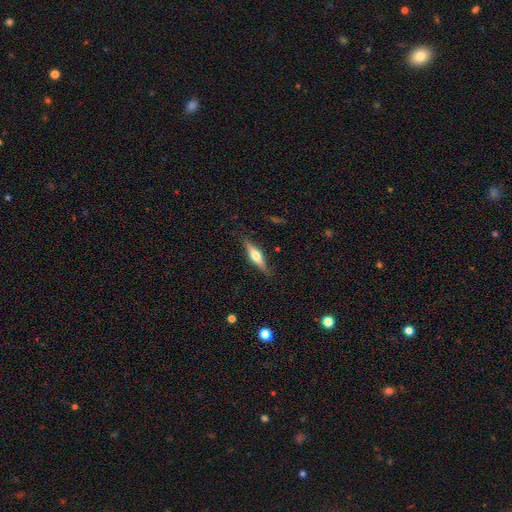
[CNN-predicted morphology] Smooth or featured? featured or disk (62%)
Edge-on disk? yes (96%)
Edge-on bulge? rounded (92%)
Merging? none (86%)